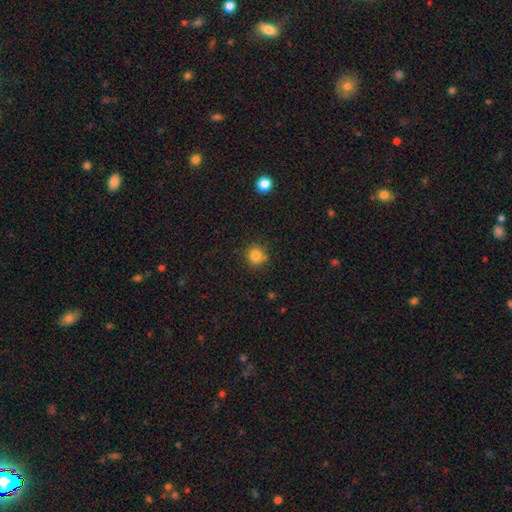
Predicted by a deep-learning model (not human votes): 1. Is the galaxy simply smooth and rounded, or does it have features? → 82% smooth, 12% star or artifact, 6% featured or disk.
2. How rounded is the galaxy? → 90% round, 9% in between, 1% cigar-shaped.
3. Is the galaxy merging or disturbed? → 80% none, 14% minor disturbance, 4% merger, 3% major disturbance.